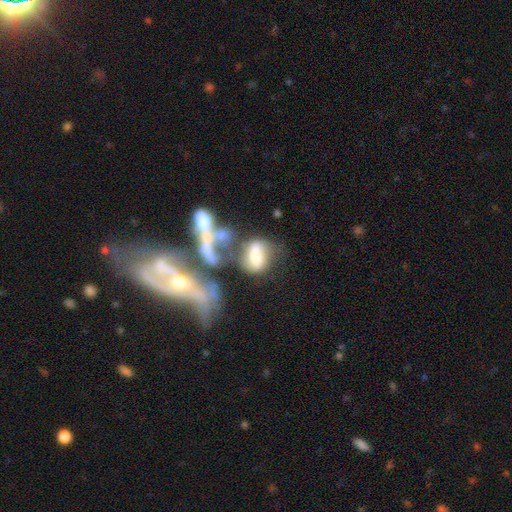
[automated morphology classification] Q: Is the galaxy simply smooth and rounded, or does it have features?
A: smooth — 53%.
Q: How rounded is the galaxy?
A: in between — 76%.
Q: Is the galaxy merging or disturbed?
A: merger — 44%.